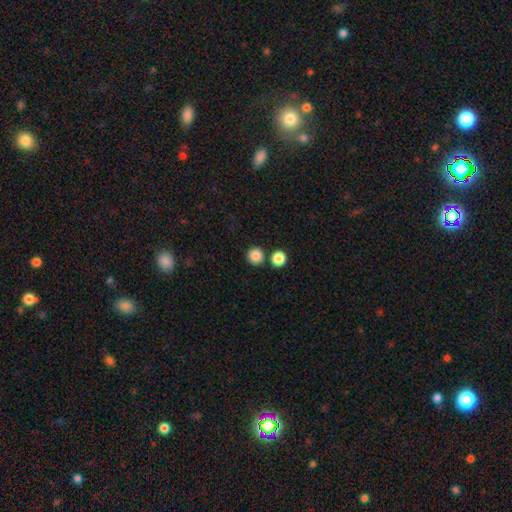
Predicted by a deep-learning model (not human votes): This is clearly a smooth galaxy (85%). How rounded: clearly round (94%). Merging: clearly none (81%).